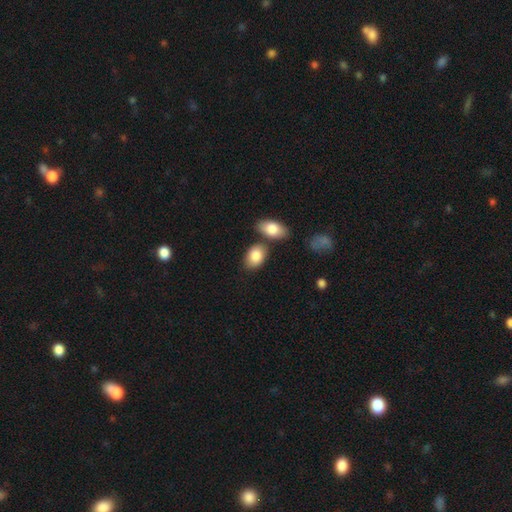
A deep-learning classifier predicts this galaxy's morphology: This is clearly a smooth galaxy (85%). How rounded: clearly in between (86%). Merging: likely none (64%).